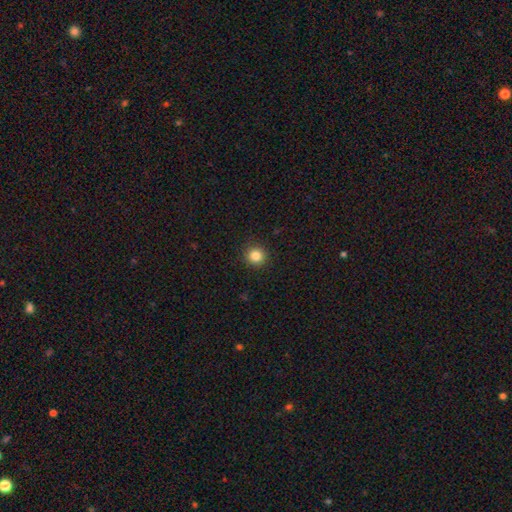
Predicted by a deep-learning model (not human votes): A smooth galaxy with no disk features (84%) that is round (94%).

Vote fractions:
- Smooth or featured? smooth: 84% / star or artifact: 12% / featured or disk: 5%
- How rounded? round: 94% / in between: 5% / cigar-shaped: 1%
- Merging? none: 92% / minor disturbance: 5% / major disturbance: 2% / merger: 1%